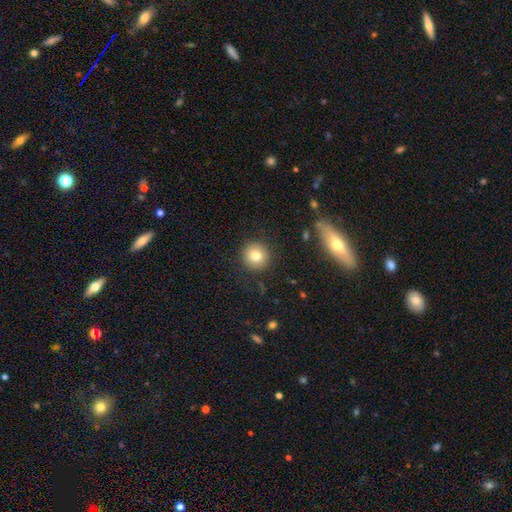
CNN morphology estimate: Smooth or featured? smooth (79%)
How rounded? round (93%)
Merging? none (90%)